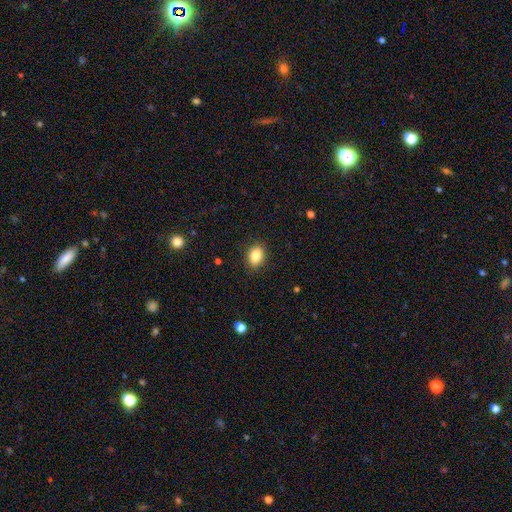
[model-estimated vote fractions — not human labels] This is clearly a smooth galaxy (86%). How rounded: likely in between (73%). Merging: clearly none (87%).